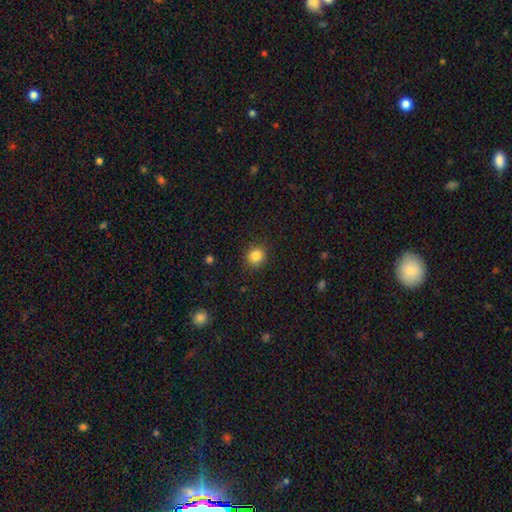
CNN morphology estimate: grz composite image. It shows a smooth galaxy with no disk features (85%) that is round (80%). Merging: none (88%).